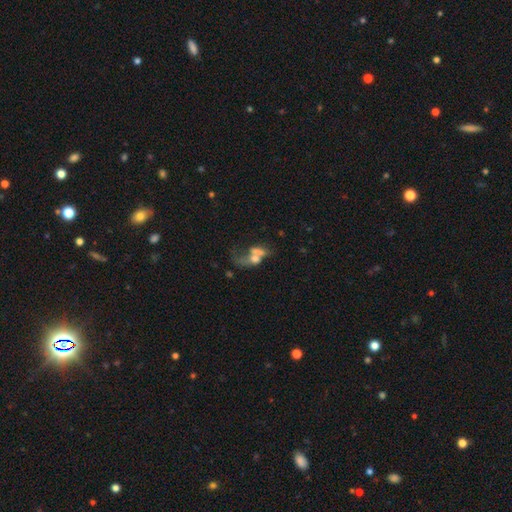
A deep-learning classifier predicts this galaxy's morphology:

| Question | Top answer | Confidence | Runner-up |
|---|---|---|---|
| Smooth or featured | smooth | 47% | featured or disk (39%) |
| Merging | merger | 52% | major disturbance (25%) |